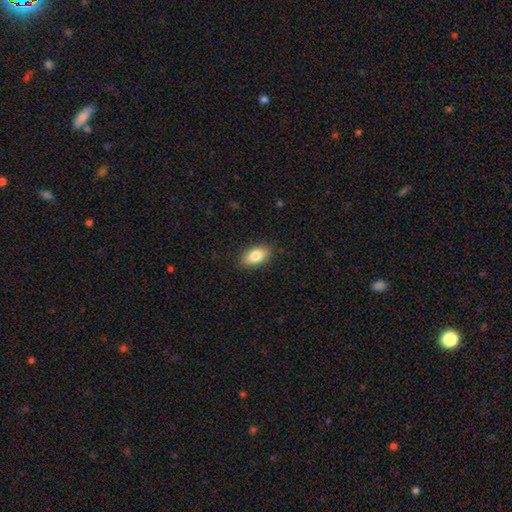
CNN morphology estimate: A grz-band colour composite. It shows a smooth galaxy with no disk features (84%) that is in between round and cigar-shaped (92%). Merging: none (88%).